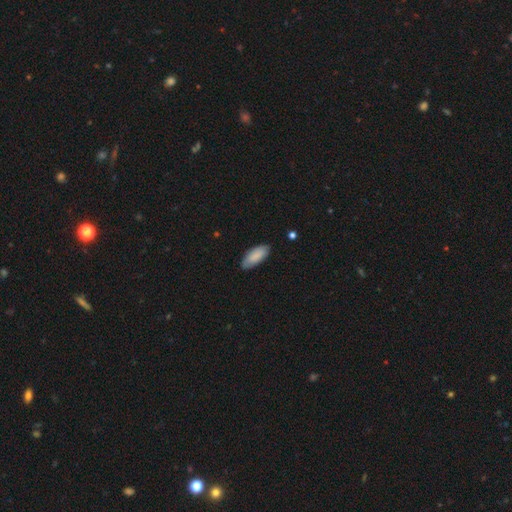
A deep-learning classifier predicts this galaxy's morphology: smooth-or-featured: smooth: 85% | featured or disk: 9% | star or artifact: 6%
  how-rounded: in between: 85% | cigar-shaped: 13% | round: 2%
  merging: none: 81% | minor disturbance: 15% | major disturbance: 2% | merger: 1%